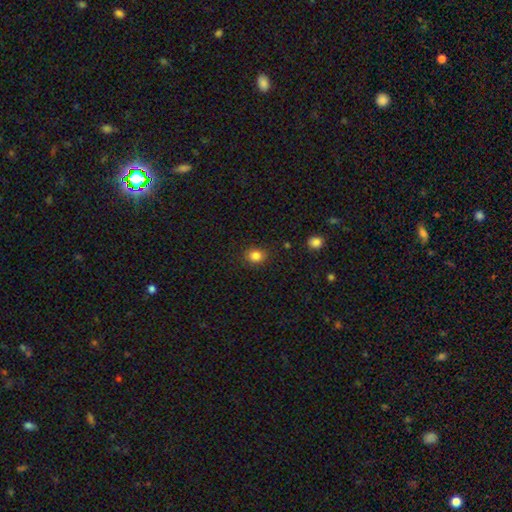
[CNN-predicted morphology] The model was most divided on "how rounded": round: 68%, in between: 31%, cigar-shaped: 1%. More confident: merging — none (87%); smooth or featured — smooth (84%).